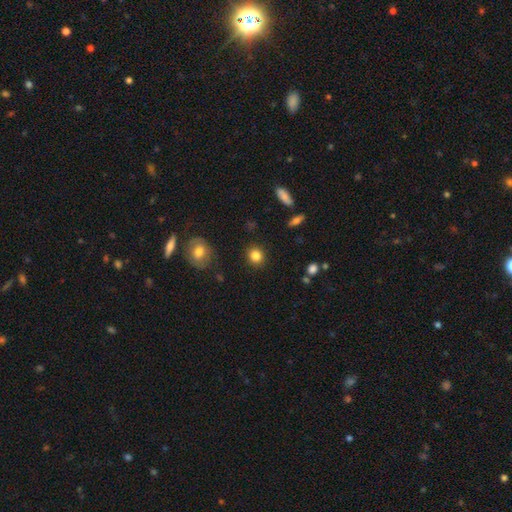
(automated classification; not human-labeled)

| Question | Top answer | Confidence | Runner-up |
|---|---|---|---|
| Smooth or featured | smooth | 84% | star or artifact (10%) |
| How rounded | round | 84% | in between (15%) |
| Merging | none | 89% | minor disturbance (7%) |